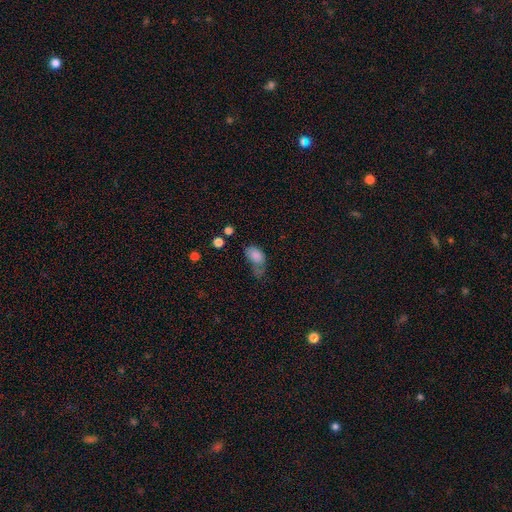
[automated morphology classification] A smooth galaxy with no disk features (76%) that is in between round and cigar-shaped (87%).

Vote fractions:
- Smooth or featured? smooth: 76% / featured or disk: 14% / star or artifact: 10%
- How rounded? in between: 87% / round: 11% / cigar-shaped: 2%
- Merging? major disturbance: 38% / minor disturbance: 30% / none: 22% / merger: 10%